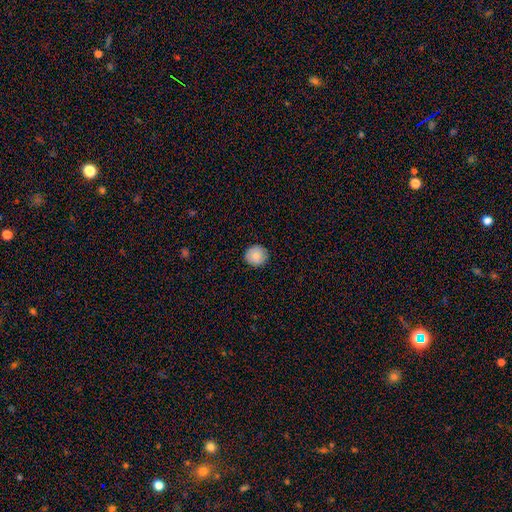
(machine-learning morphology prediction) type=smooth (81%); roundness=round (90%); merging=none (89%).